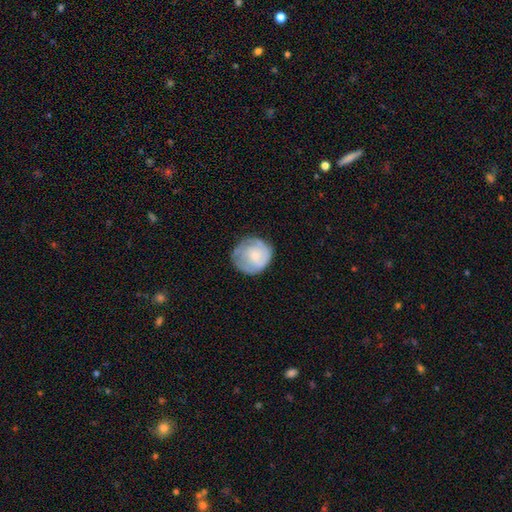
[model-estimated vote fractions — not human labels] A smooth galaxy with no disk features (50%) that is round (87%). Merging: none (67%).